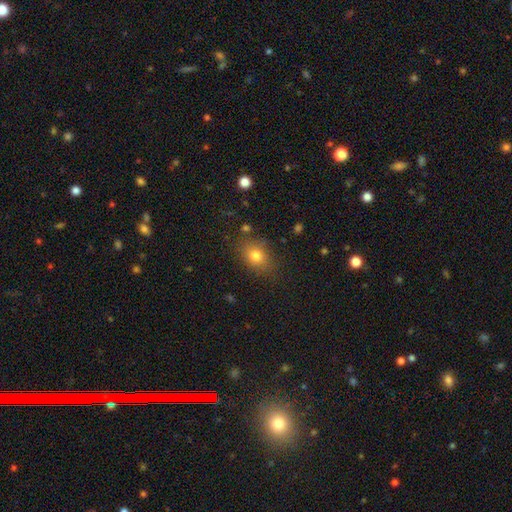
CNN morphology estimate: Smooth or featured? Predicted: smooth (p=0.78). How rounded? Predicted: in between (p=0.59). Merging? Predicted: none (p=0.78).